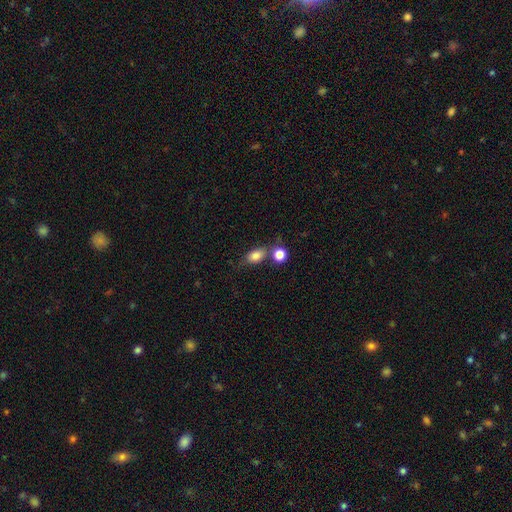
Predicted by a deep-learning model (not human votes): This is clearly a smooth galaxy (82%). How rounded: likely in between (77%). Merging: possibly none (55%).